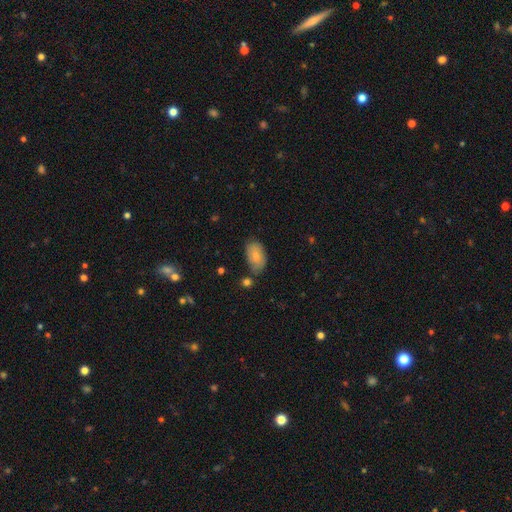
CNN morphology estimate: smooth_or_featured: smooth (p=0.80) [alt: featured or disk p=0.14]
how_rounded: in between (p=0.93) [alt: round p=0.05]
merging: none (p=0.67) [alt: minor disturbance p=0.23]